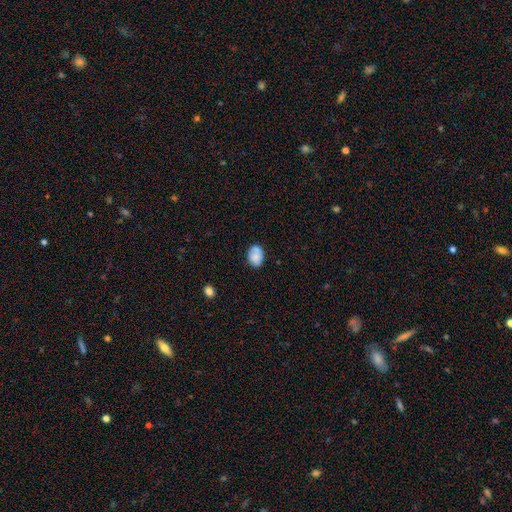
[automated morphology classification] type=smooth (78%); roundness=in between (67%); merging=none (63%).